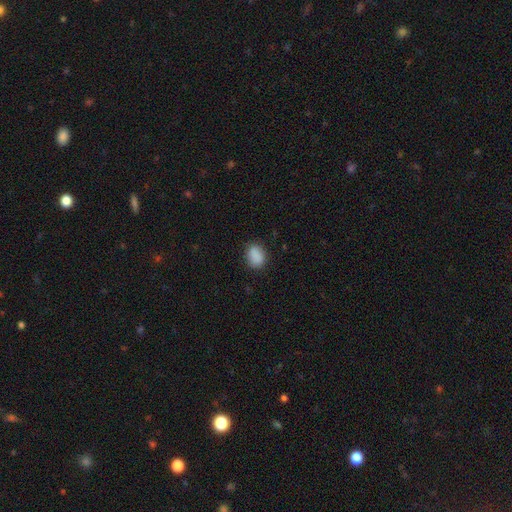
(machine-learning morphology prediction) Overall: smooth (88%). How rounded: in between (69%). Merging: none (83%).